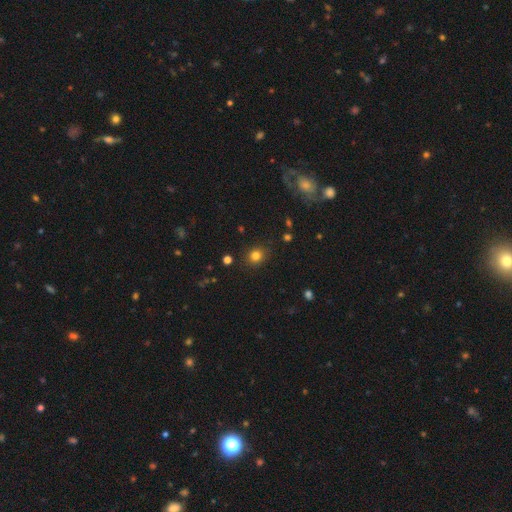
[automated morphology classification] This appears to be a smooth galaxy with no disk features (80%) that is round (78%). Merging: none (87%).